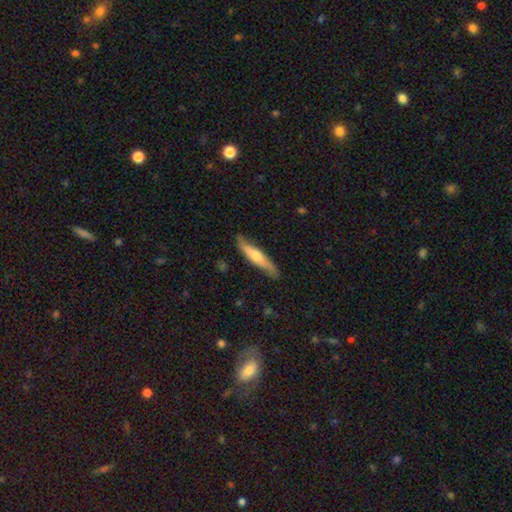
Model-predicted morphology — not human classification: Smooth or featured? smooth (50%)
Merging? none (79%)